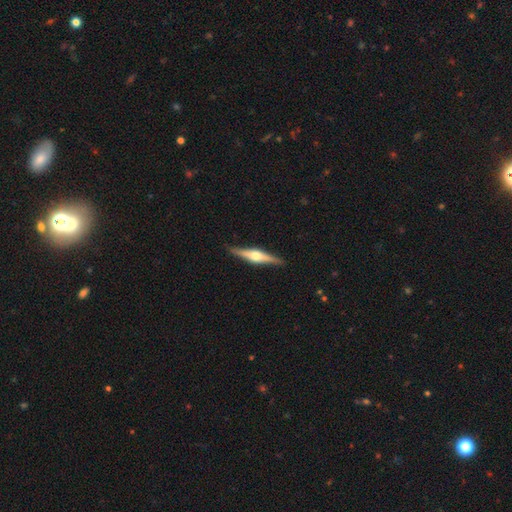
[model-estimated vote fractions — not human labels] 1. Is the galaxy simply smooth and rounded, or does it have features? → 77% featured or disk, 18% smooth, 5% star or artifact.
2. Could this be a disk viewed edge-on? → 98% yes, 2% no.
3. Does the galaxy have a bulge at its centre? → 93% rounded, 5% boxy, 2% none.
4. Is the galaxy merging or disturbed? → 90% none, 8% minor disturbance, 2% major disturbance, 1% merger.